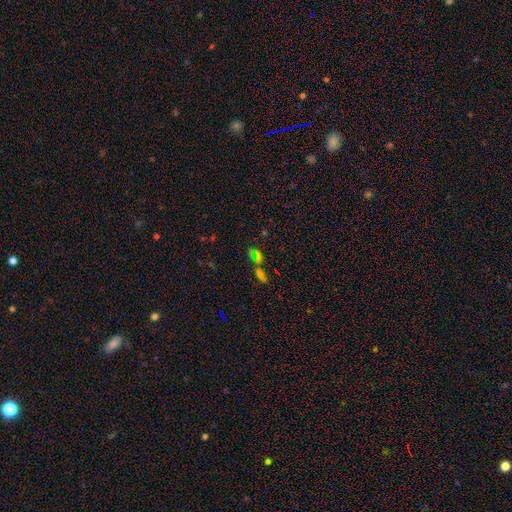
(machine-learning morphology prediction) smooth-or-featured: star or artifact: 50% | smooth: 35% | featured or disk: 15%